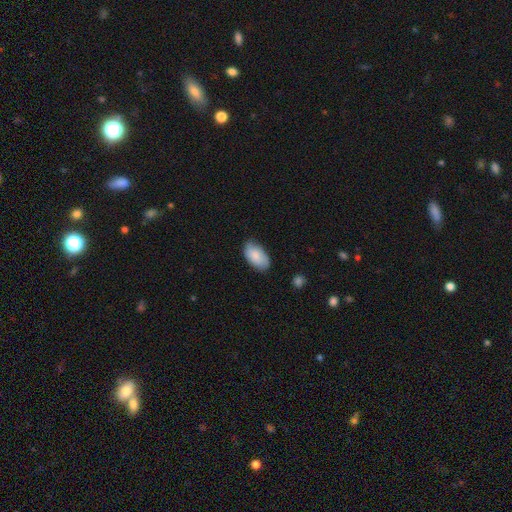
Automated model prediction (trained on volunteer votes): Overall: smooth (81%). How rounded: in between (95%). Merging: none (75%).